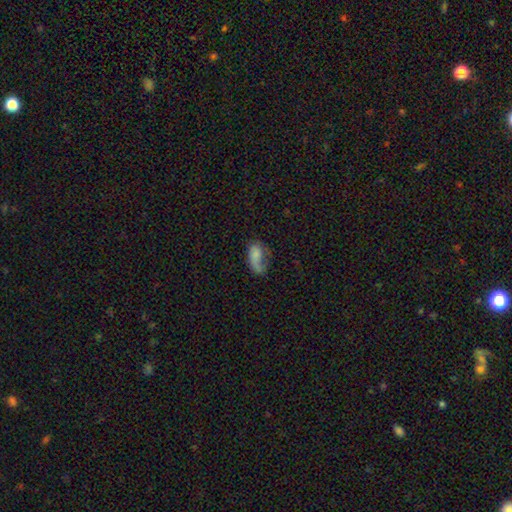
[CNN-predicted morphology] A smooth galaxy with no disk features (63%) that is in between round and cigar-shaped (90%).

Vote fractions:
- Smooth or featured? smooth: 63% / featured or disk: 28% / star or artifact: 9%
- How rounded? in between: 90% / round: 6% / cigar-shaped: 4%
- Merging? major disturbance: 38% / none: 32% / minor disturbance: 25% / merger: 4%